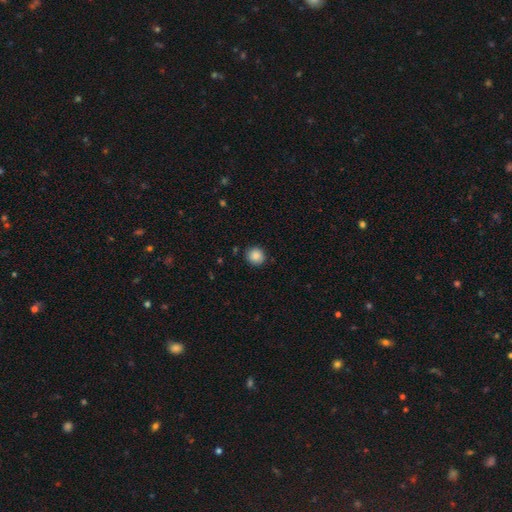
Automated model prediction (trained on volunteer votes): Smooth or featured? smooth (87%)
How rounded? round (91%)
Merging? none (89%)